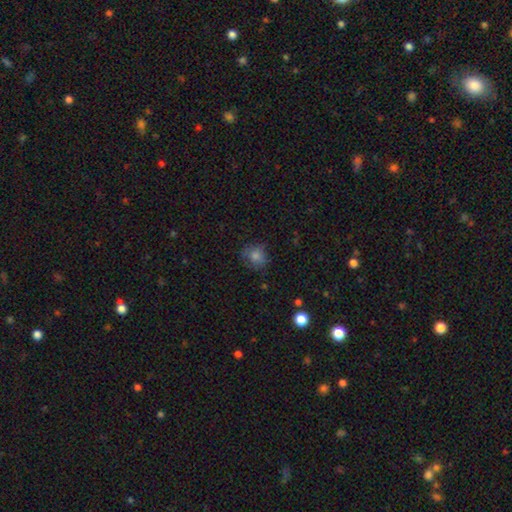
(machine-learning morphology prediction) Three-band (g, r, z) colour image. It shows a smooth galaxy with no disk features (74%) that is round (75%). Merging: none (71%).